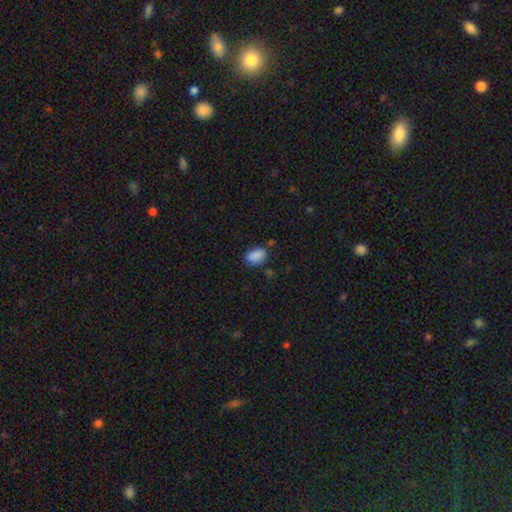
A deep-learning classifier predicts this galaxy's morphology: Smooth or featured? smooth (87%)
How rounded? in between (88%)
Merging? none (74%)